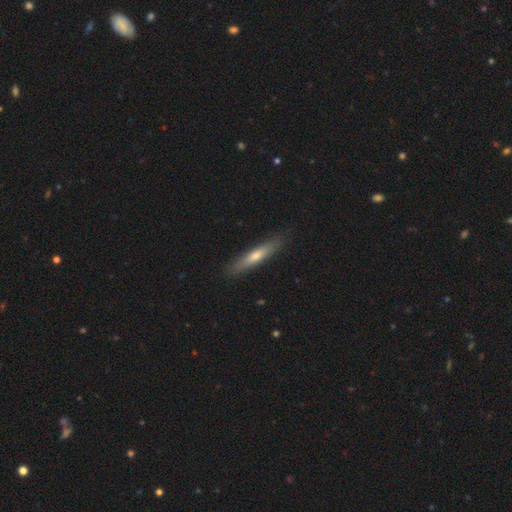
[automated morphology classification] type=smooth (58%); roundness=cigar-shaped (89%); merging=none (87%).